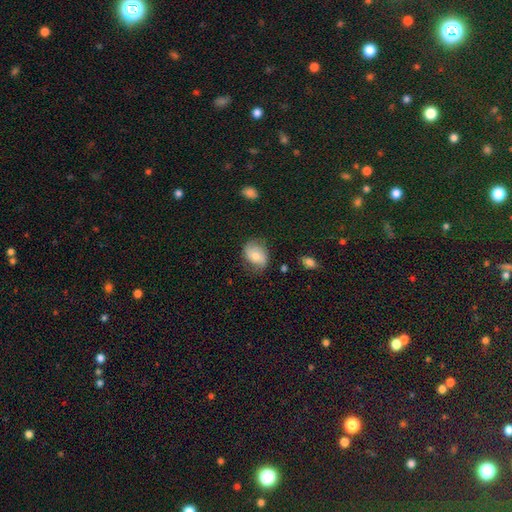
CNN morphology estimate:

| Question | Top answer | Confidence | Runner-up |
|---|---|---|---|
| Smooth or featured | smooth | 60% | featured or disk (31%) |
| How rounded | in between | 66% | round (33%) |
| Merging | none | 63% | minor disturbance (25%) |